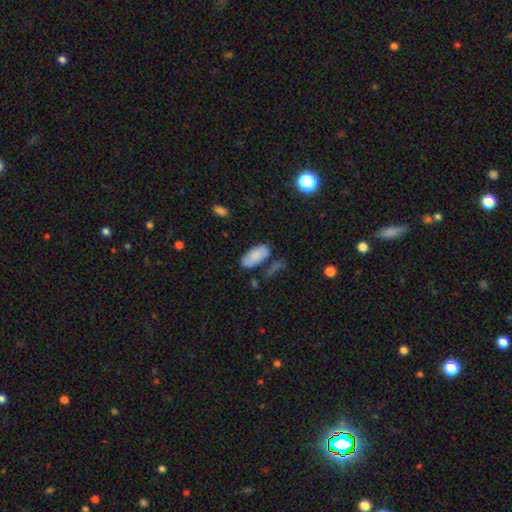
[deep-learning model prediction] The model was most divided on "merging": none: 66%, minor disturbance: 20%, merger: 8%, major disturbance: 6%. More confident: how rounded — in between (92%); smooth or featured — smooth (82%).